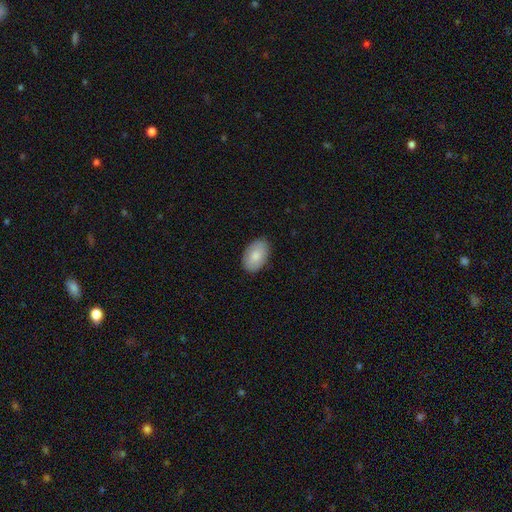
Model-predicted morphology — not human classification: smooth 83%, featured or disk 11%, star or artifact 6%. Down the decision tree: how rounded — in between (92%); merging — none (87%).